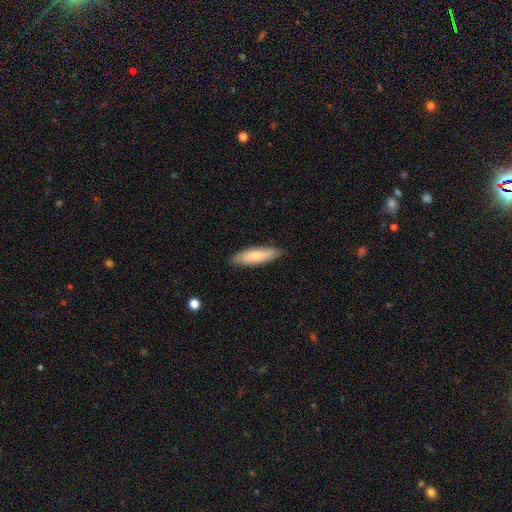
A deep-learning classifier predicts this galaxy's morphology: A smooth galaxy with no disk features (76%) that is cigar-shaped (62%).

Vote fractions:
- Smooth or featured? smooth: 76% / featured or disk: 19% / star or artifact: 5%
- How rounded? cigar-shaped: 62% / in between: 36% / round: 2%
- Merging? none: 87% / minor disturbance: 10% / major disturbance: 2% / merger: 1%